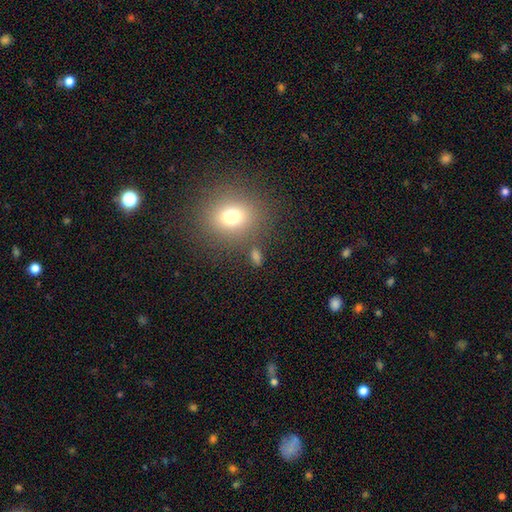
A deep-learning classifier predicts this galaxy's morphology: Q: Smooth or featured?
A: smooth (74%); runner-up: star or artifact (18%)
Q: How rounded?
A: in between (62%); runner-up: round (32%)
Q: Merging?
A: none (76%); runner-up: minor disturbance (10%)